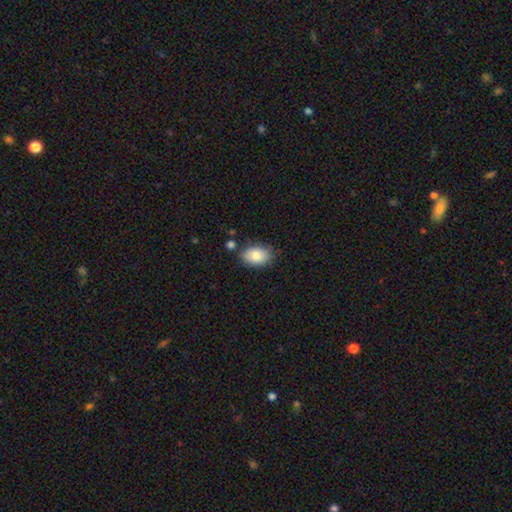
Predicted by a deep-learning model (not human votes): This appears to be a smooth galaxy with no disk features (82%) that is in between round and cigar-shaped (86%). Merging: none (77%).